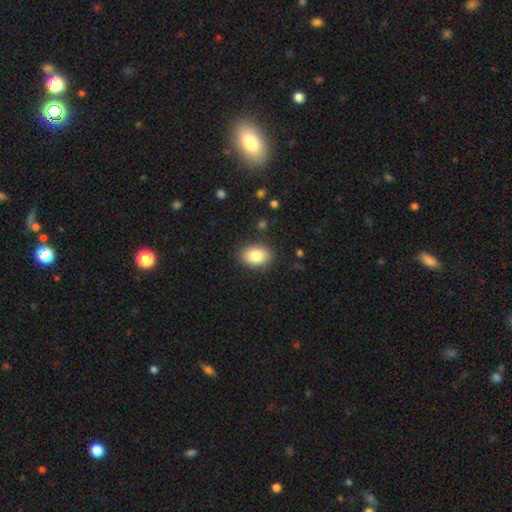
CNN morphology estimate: Smooth or featured? smooth (83%)
How rounded? in between (76%)
Merging? none (87%)